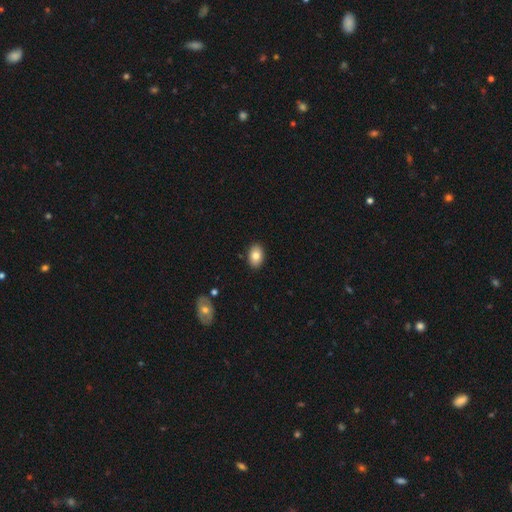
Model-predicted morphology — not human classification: Smooth or featured? smooth (81%)
How rounded? in between (87%)
Merging? none (89%)